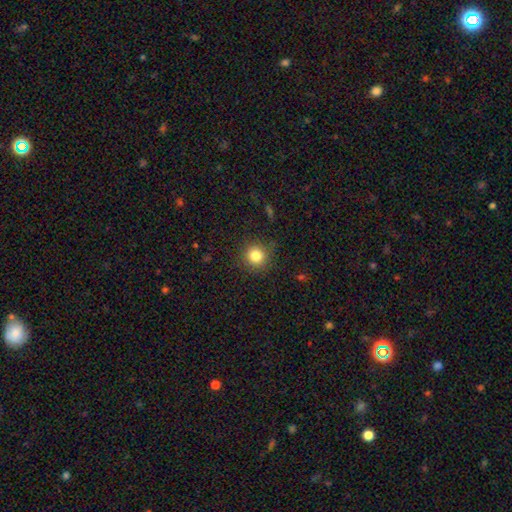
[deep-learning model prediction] Morphology: type=smooth (82%); roundness=round (93%); merging=none (88%).